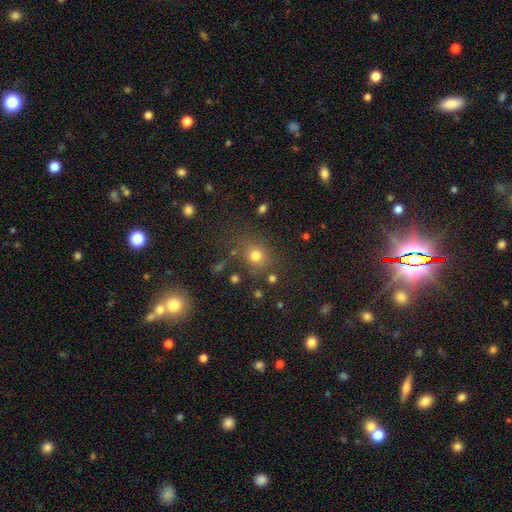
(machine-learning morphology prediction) Smooth or featured: smooth — 74% (star or artifact — 17%)
How rounded: round — 73% (in between — 26%)
Merging: none — 75% (minor disturbance — 13%)